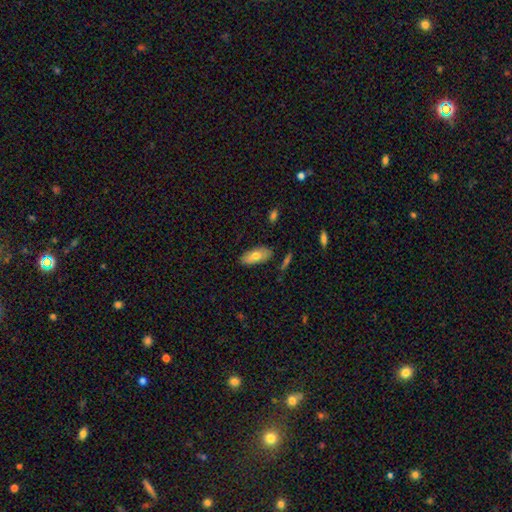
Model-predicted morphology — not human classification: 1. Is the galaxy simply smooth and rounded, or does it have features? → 70% smooth, 24% featured or disk, 7% star or artifact.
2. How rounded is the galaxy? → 87% in between, 10% cigar-shaped, 3% round.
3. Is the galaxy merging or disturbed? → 83% none, 13% minor disturbance, 3% major disturbance, 2% merger.